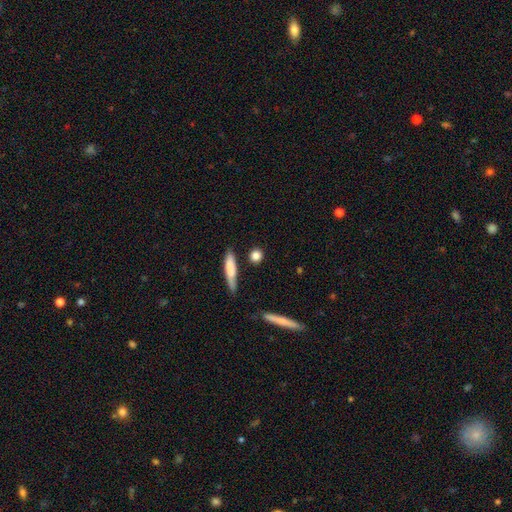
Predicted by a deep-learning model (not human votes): smooth 82%, featured or disk 10%, star or artifact 8%. Down the decision tree: how rounded — round (60%); merging — none (83%).